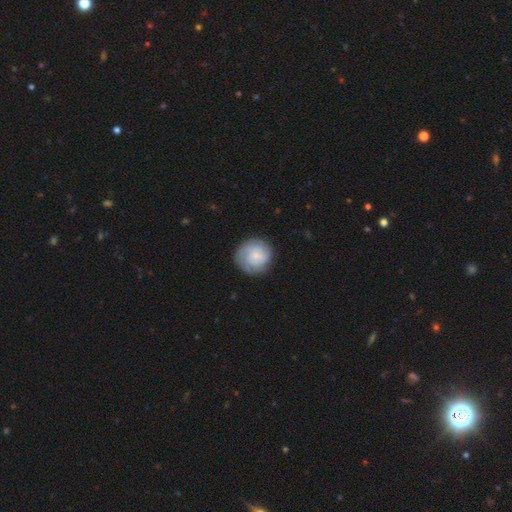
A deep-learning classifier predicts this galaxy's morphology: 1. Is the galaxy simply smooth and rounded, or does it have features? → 49% featured or disk, 44% smooth, 7% star or artifact.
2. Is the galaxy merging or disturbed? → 80% none, 14% minor disturbance, 5% major disturbance, 1% merger.